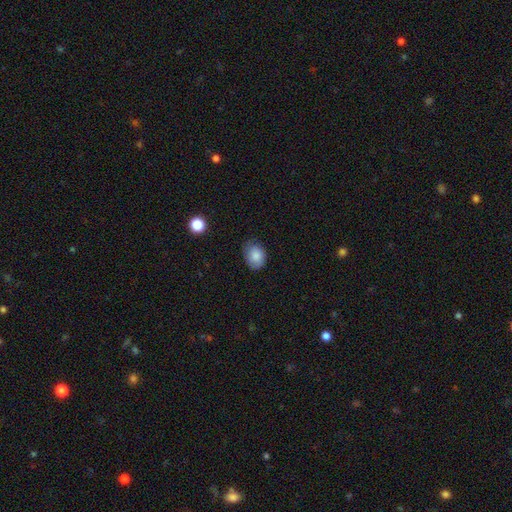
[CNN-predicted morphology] A smooth galaxy with no disk features (84%) that is in between round and cigar-shaped (62%).

Vote fractions:
- Smooth or featured? smooth: 84% / featured or disk: 8% / star or artifact: 8%
- How rounded? in between: 62% / round: 37% / cigar-shaped: 1%
- Merging? none: 68% / minor disturbance: 26% / major disturbance: 5% / merger: 1%